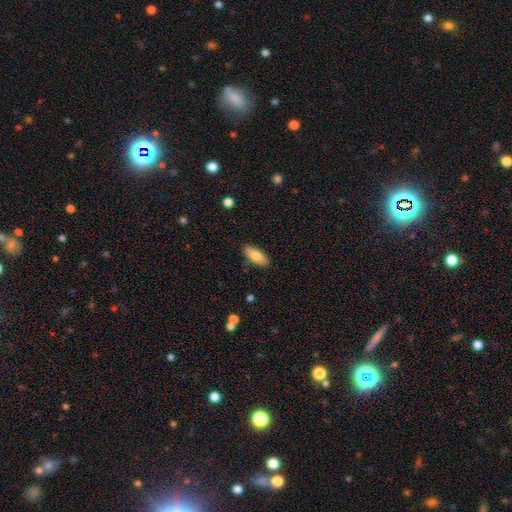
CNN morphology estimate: type=smooth (78%); roundness=in between (80%); merging=none (88%).